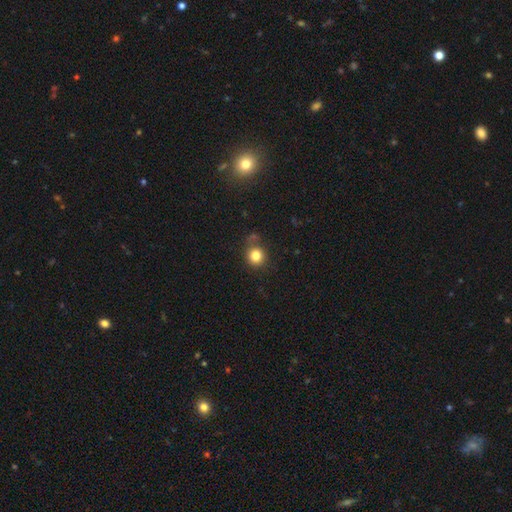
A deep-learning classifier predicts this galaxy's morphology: Smooth or featured? Predicted: smooth (p=0.82). How rounded? Predicted: round (p=0.89). Merging? Predicted: none (p=0.75).